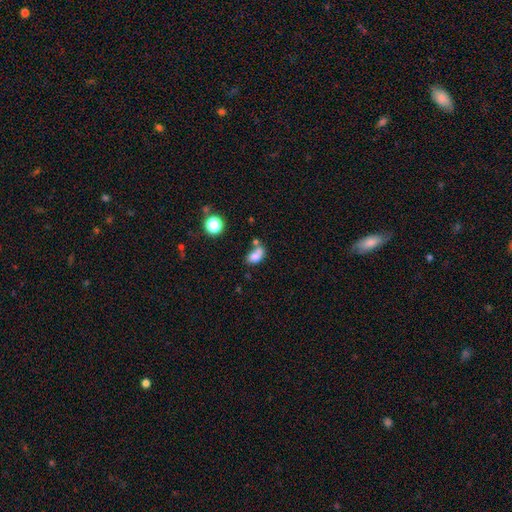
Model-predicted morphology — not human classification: Smooth or featured: smooth — 74% (featured or disk — 15%)
How rounded: in between — 81% (round — 17%)
Merging: merger — 43% (none — 31%)